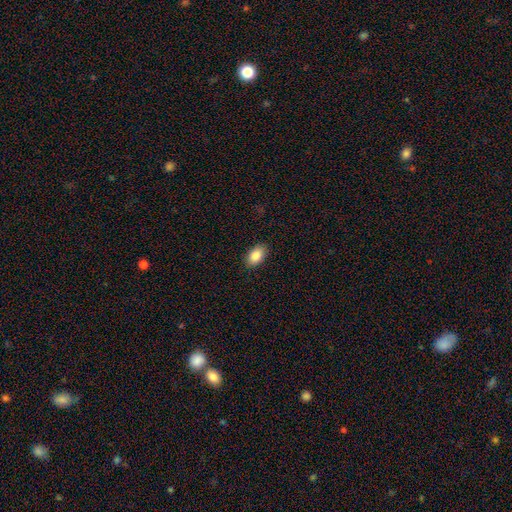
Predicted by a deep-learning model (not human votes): smooth_or_featured: smooth (p=0.86) [alt: star or artifact p=0.07]
how_rounded: in between (p=0.91) [alt: round p=0.07]
merging: none (p=0.89) [alt: minor disturbance p=0.08]